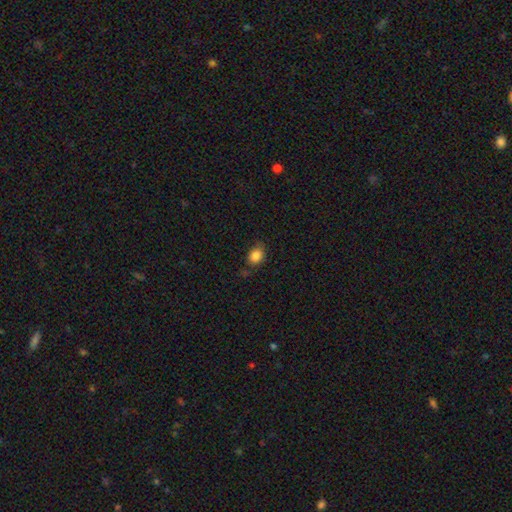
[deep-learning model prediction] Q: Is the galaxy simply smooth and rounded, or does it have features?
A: smooth — 85%.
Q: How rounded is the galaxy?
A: in between — 60%.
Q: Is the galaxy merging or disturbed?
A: none — 70%.